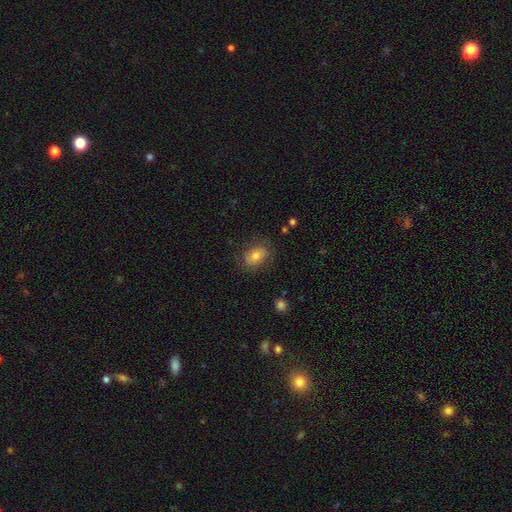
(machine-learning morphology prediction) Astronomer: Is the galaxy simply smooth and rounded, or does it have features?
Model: smooth — 66%.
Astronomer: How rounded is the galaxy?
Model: in between — 69%.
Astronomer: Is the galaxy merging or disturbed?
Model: none — 75%.